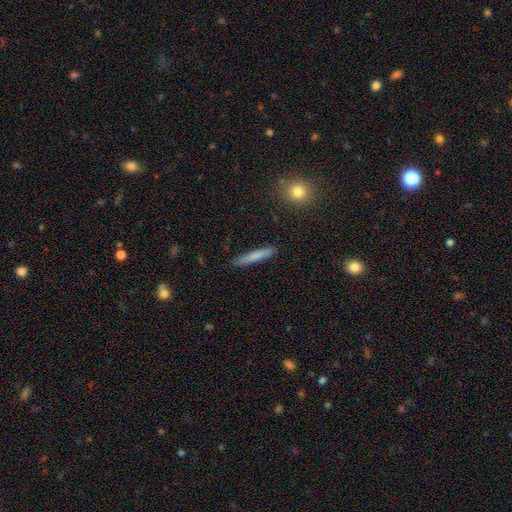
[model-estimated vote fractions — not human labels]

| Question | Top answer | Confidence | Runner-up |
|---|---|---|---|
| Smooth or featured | smooth | 73% | featured or disk (21%) |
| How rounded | cigar-shaped | 94% | in between (4%) |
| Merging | none | 87% | minor disturbance (10%) |